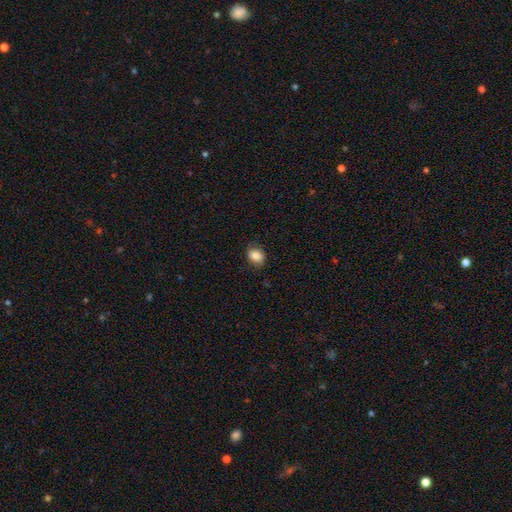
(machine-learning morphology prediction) smooth-or-featured: smooth: 86% | star or artifact: 8% | featured or disk: 6%
  how-rounded: in between: 63% | round: 36% | cigar-shaped: 1%
  merging: none: 79% | minor disturbance: 16% | major disturbance: 4% | merger: 1%